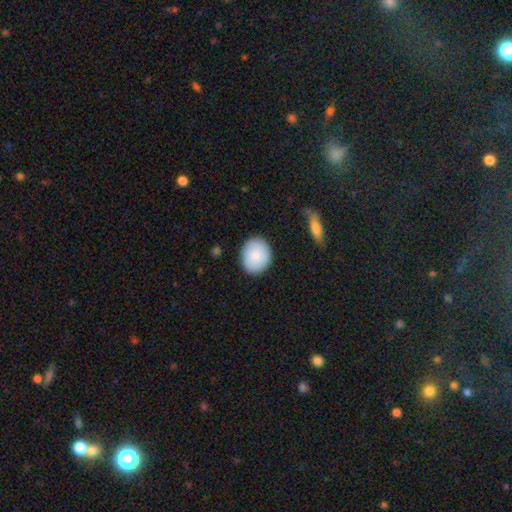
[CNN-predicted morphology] A smooth galaxy with no disk features (88%) that is round (62%). Merging: none (88%).